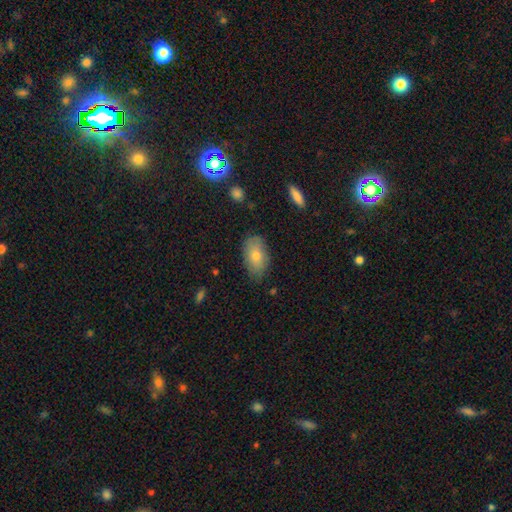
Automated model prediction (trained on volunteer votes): This is likely a smooth galaxy (73%). How rounded: clearly in between (92%). Merging: likely none (79%).